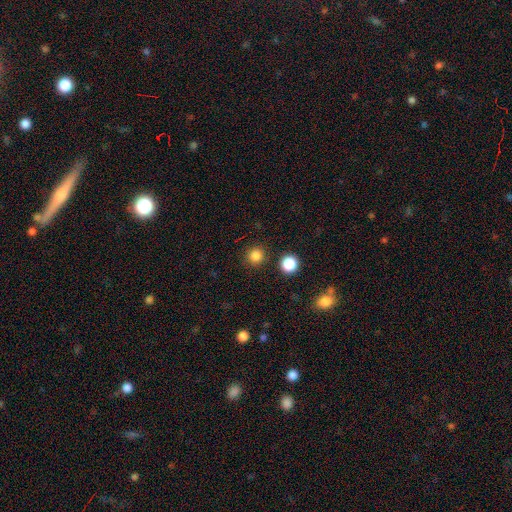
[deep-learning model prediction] Smooth or featured?
  - smooth: 83% *
  - star or artifact: 13%
  - featured or disk: 3%
How rounded?
  - round: 94% *
  - in between: 5%
  - cigar-shaped: 1%
Merging?
  - none: 89% *
  - minor disturbance: 6%
  - merger: 3%
  - major disturbance: 2%